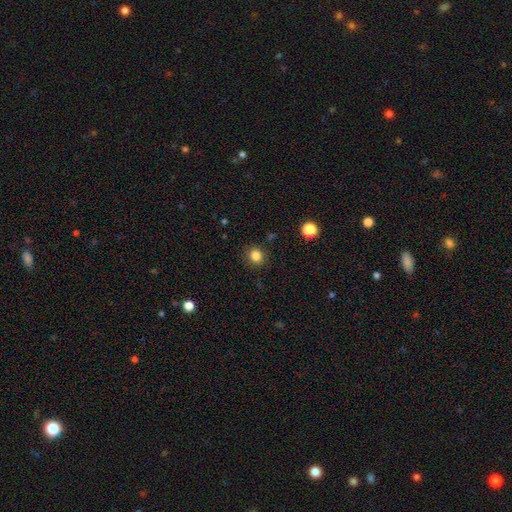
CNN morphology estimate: smooth-or-featured: smooth: 83% | star or artifact: 12% | featured or disk: 5%
  how-rounded: round: 81% | in between: 18% | cigar-shaped: 1%
  merging: none: 88% | minor disturbance: 8% | major disturbance: 3% | merger: 1%